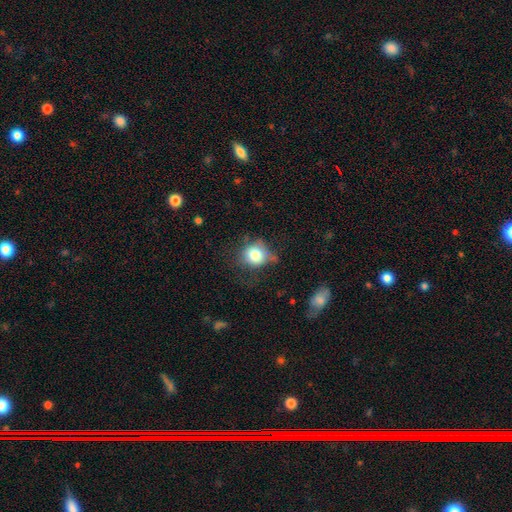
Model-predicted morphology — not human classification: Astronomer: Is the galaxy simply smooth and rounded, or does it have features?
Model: smooth — 72%.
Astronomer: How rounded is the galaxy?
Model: round — 77%.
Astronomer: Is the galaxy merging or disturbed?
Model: none — 62%.